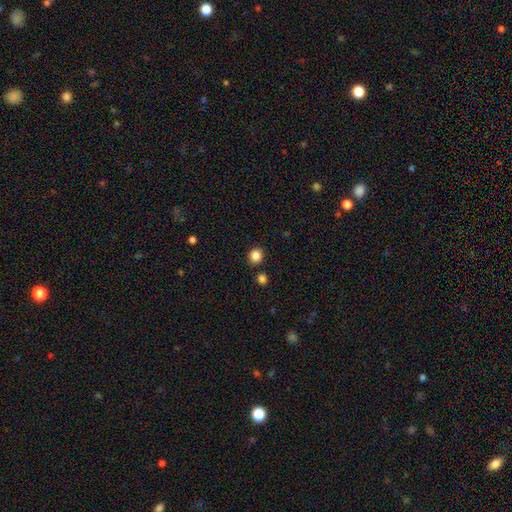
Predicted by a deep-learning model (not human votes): This is clearly a smooth galaxy (85%). How rounded: clearly round (85%). Merging: clearly none (87%).